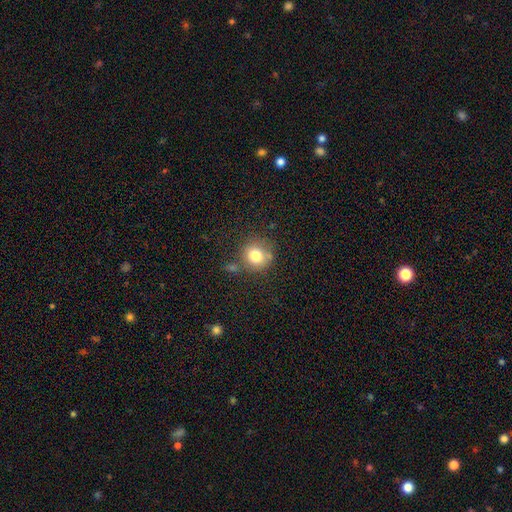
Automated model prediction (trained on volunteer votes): The model was most divided on "merging": none: 68%, minor disturbance: 15%, merger: 11%, major disturbance: 5%. More confident: how rounded — round (89%); smooth or featured — smooth (79%).